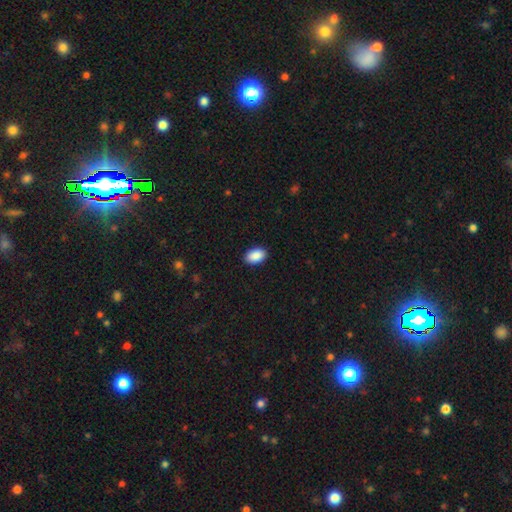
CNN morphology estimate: A smooth galaxy with no disk features (91%) that is in between round and cigar-shaped (92%).

Vote fractions:
- Smooth or featured? smooth: 91% / star or artifact: 7% / featured or disk: 3%
- How rounded? in between: 92% / round: 7% / cigar-shaped: 1%
- Merging? none: 90% / minor disturbance: 7% / major disturbance: 2% / merger: 1%